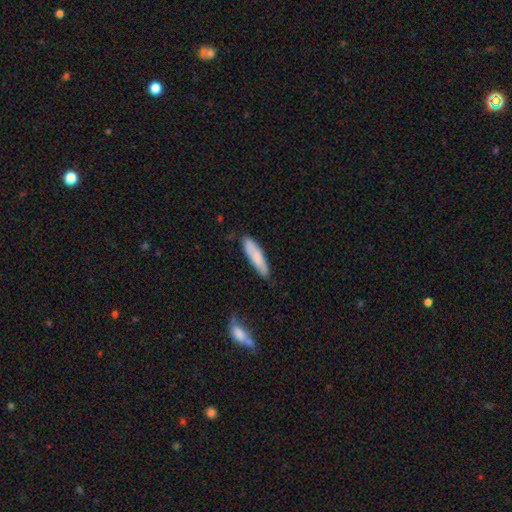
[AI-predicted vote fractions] A smooth galaxy with no disk features (78%) that is cigar-shaped (75%). Merging: none (80%).